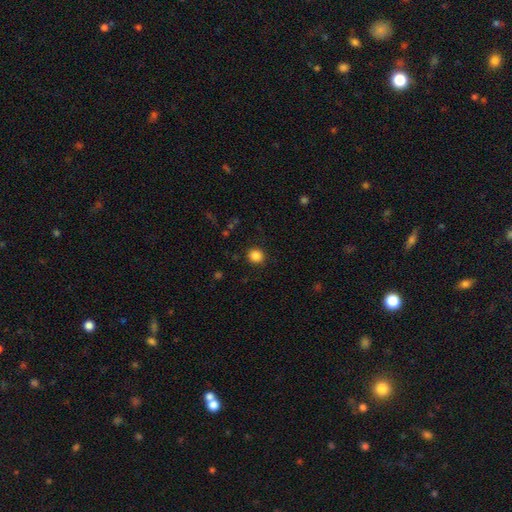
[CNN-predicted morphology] A smooth galaxy with no disk features (86%) that is round (87%).

Vote fractions:
- Smooth or featured? smooth: 86% / star or artifact: 11% / featured or disk: 3%
- How rounded? round: 87% / in between: 12% / cigar-shaped: 1%
- Merging? none: 90% / minor disturbance: 6% / major disturbance: 2% / merger: 1%